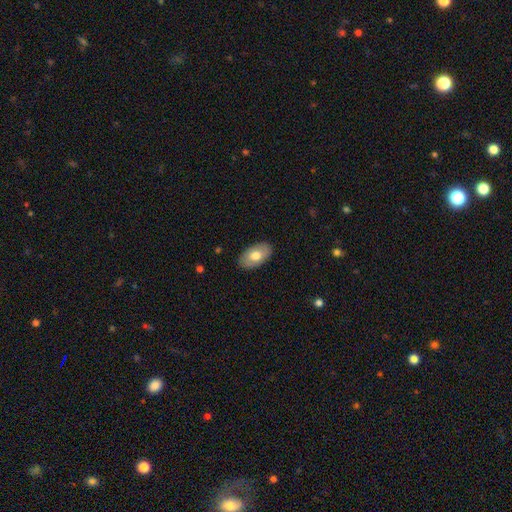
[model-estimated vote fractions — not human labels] smooth-or-featured: smooth: 69% | featured or disk: 25% | star or artifact: 6%
  how-rounded: in between: 94% | round: 4% | cigar-shaped: 1%
  merging: none: 88% | minor disturbance: 9% | major disturbance: 2% | merger: 1%